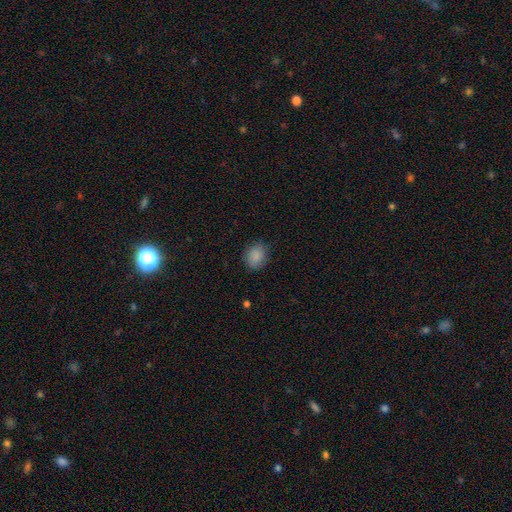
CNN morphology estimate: A smooth galaxy with no disk features (87%) that is round (66%). Merging: none (82%).